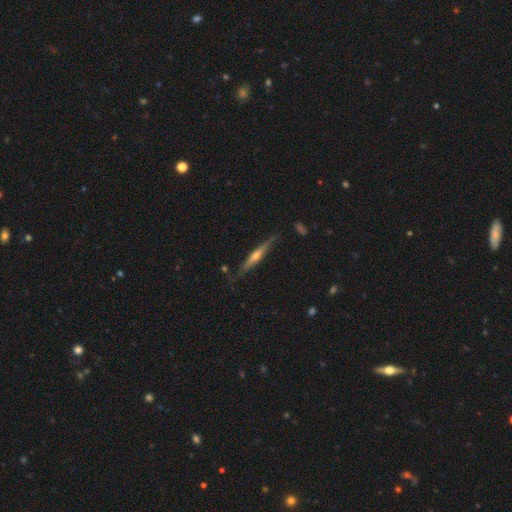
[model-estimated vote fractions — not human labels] This appears to be a featured or disk galaxy (74%) viewed edge-on (97%) with a rounded central bulge (85%). Merging: none (82%).